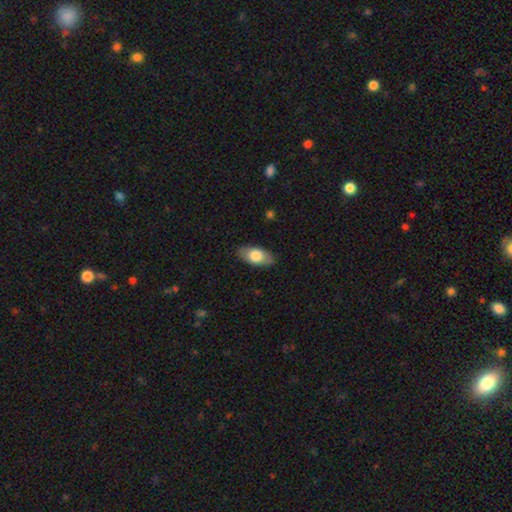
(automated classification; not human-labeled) The model was most divided on "smooth or featured": smooth: 73%, featured or disk: 21%, star or artifact: 6%. More confident: how rounded — in between (90%); merging — none (84%).